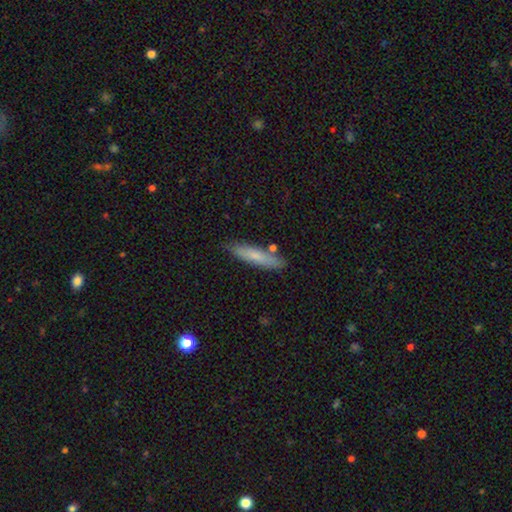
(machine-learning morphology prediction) type=smooth (72%); roundness=cigar-shaped (84%); merging=none (81%).